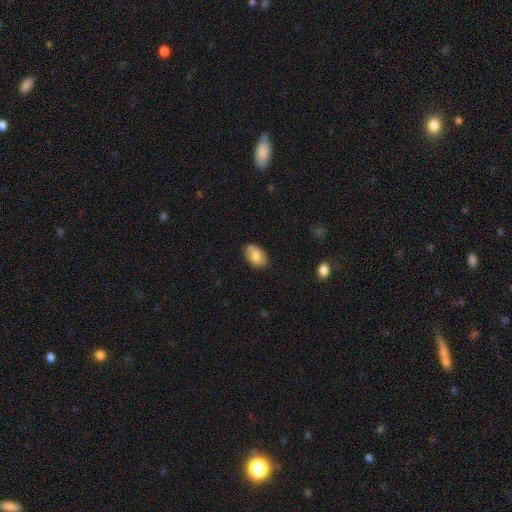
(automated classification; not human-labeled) smooth-or-featured: smooth: 77% | featured or disk: 16% | star or artifact: 7%
  how-rounded: in between: 89% | round: 9% | cigar-shaped: 1%
  merging: none: 73% | minor disturbance: 20% | major disturbance: 3% | merger: 3%